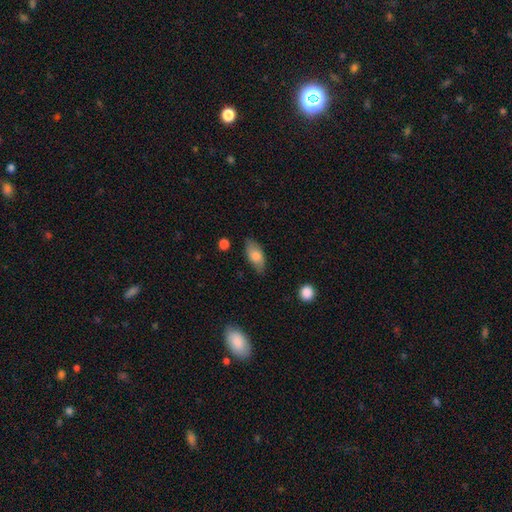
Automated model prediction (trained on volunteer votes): Morphology: type=smooth (77%); roundness=in between (87%); merging=none (78%).